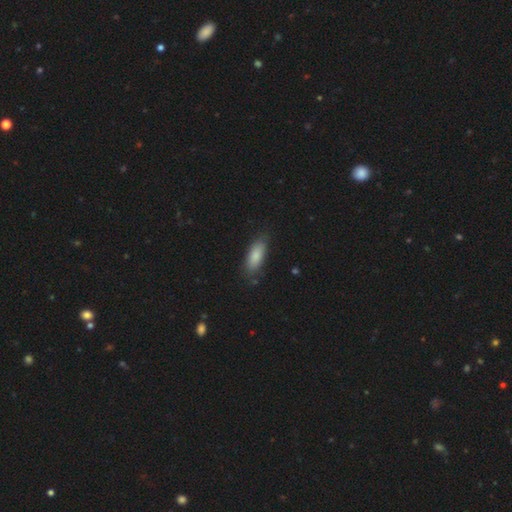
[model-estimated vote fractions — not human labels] Smooth or featured?
  - smooth: 85% *
  - featured or disk: 8%
  - star or artifact: 6%
How rounded?
  - in between: 76% *
  - cigar-shaped: 22%
  - round: 2%
Merging?
  - none: 79% *
  - minor disturbance: 16%
  - major disturbance: 3%
  - merger: 2%